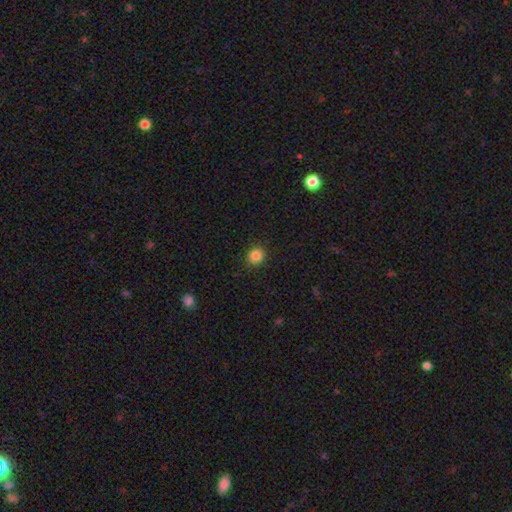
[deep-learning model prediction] The model was most divided on "how rounded": round: 84%, in between: 15%, cigar-shaped: 1%. More confident: merging — none (91%); smooth or featured — smooth (85%).